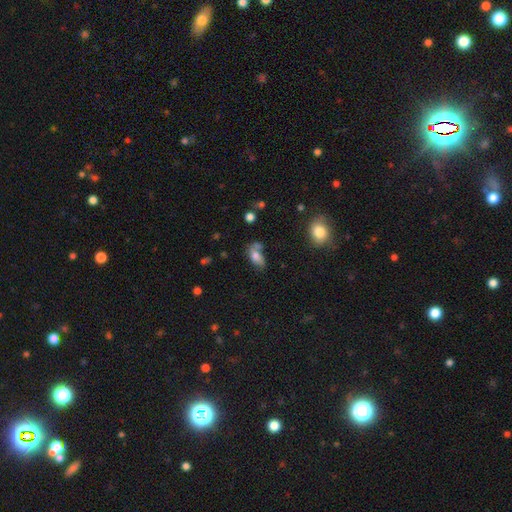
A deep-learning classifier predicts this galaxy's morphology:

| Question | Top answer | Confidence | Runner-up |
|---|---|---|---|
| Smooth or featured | smooth | 73% | featured or disk (16%) |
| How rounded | in between | 87% | round (8%) |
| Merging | none | 39% | merger (27%) |